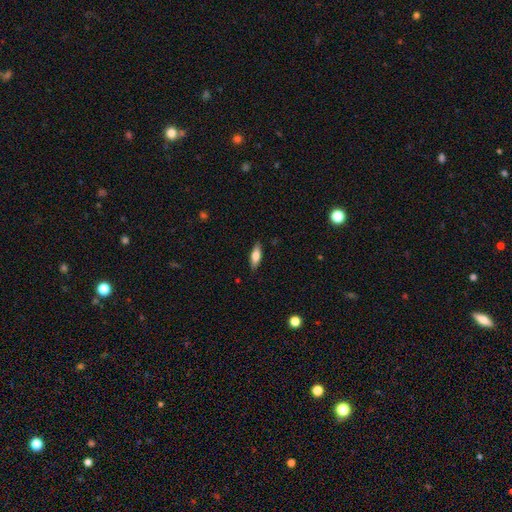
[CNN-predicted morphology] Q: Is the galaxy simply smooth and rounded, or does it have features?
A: smooth — 74%.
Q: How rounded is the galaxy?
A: in between — 63%.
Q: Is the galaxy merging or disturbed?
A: none — 86%.